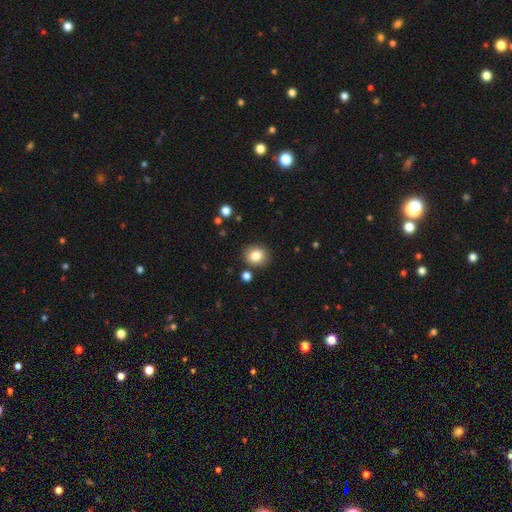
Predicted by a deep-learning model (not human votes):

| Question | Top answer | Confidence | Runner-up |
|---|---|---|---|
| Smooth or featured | smooth | 83% | star or artifact (10%) |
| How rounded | round | 73% | in between (26%) |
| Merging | none | 85% | minor disturbance (9%) |